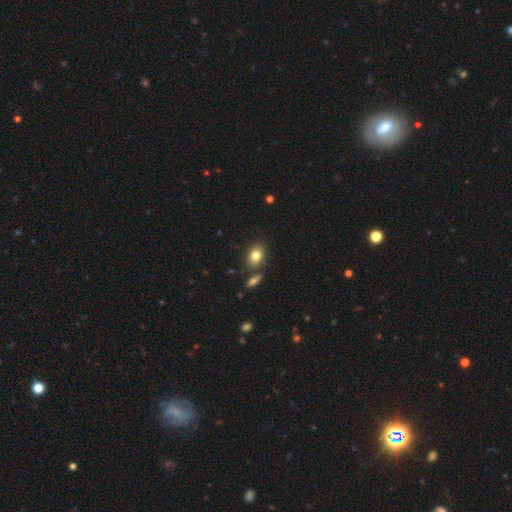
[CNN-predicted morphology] The model was most divided on "how rounded": in between: 71%, round: 27%, cigar-shaped: 2%. More confident: smooth or featured — smooth (81%); merging — none (75%).